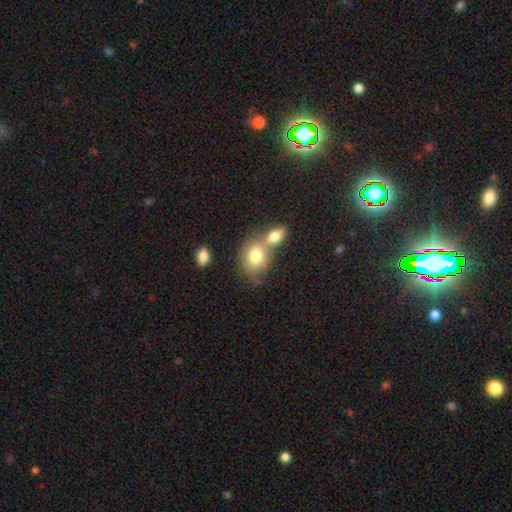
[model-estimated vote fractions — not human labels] Smooth or featured? smooth (78%)
How rounded? in between (62%)
Merging? merger (57%)